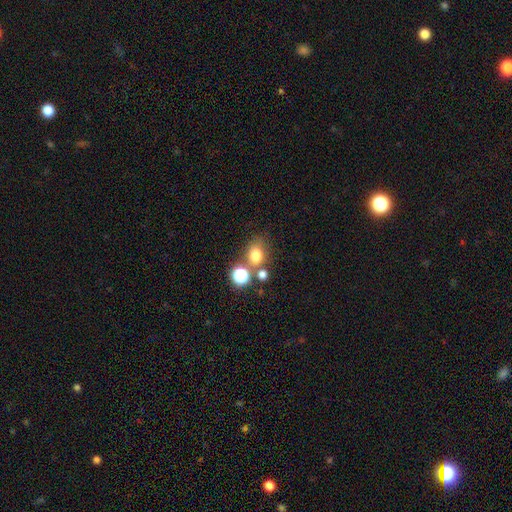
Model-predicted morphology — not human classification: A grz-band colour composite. It shows a smooth galaxy with no disk features (73%) that is round (56%). Merging: none (56%).